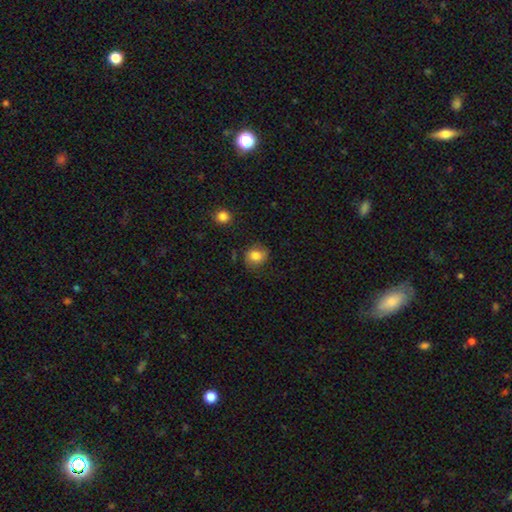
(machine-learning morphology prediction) type=smooth (77%); roundness=round (75%); merging=none (75%).